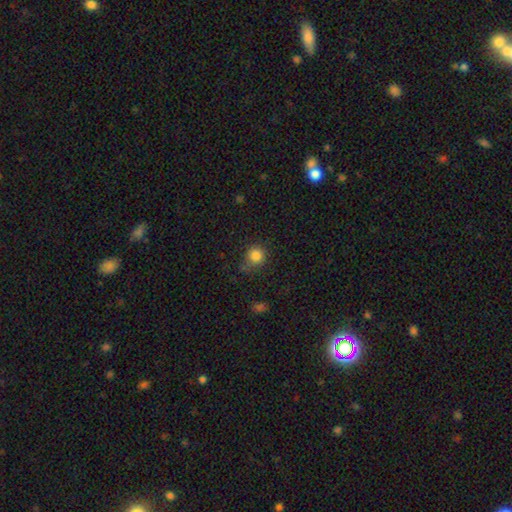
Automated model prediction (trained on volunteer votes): Smooth or featured?
  - smooth: 84% *
  - star or artifact: 11%
  - featured or disk: 5%
How rounded?
  - round: 89% *
  - in between: 10%
  - cigar-shaped: 1%
Merging?
  - none: 71% *
  - minor disturbance: 20%
  - major disturbance: 6%
  - merger: 4%